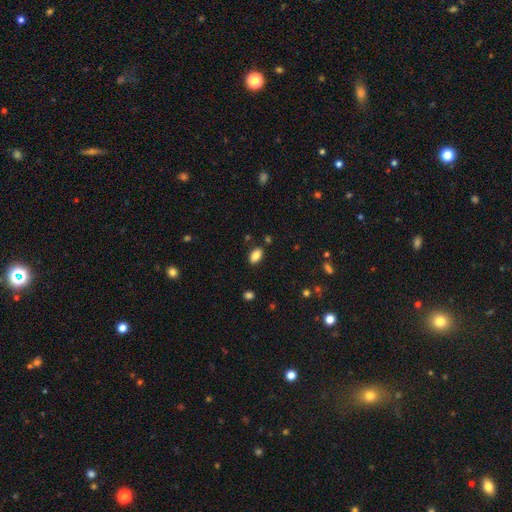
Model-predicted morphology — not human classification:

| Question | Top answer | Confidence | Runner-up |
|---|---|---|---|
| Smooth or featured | smooth | 85% | star or artifact (9%) |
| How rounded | in between | 92% | round (6%) |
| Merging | none | 86% | minor disturbance (10%) |